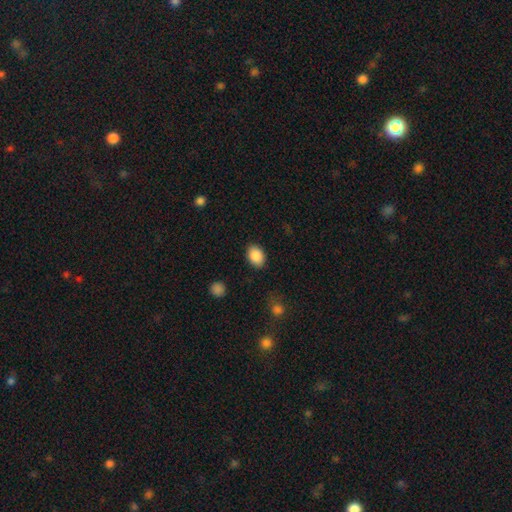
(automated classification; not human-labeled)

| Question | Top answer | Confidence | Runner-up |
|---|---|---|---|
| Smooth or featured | smooth | 88% | star or artifact (8%) |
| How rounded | in between | 77% | round (22%) |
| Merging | none | 87% | minor disturbance (9%) |